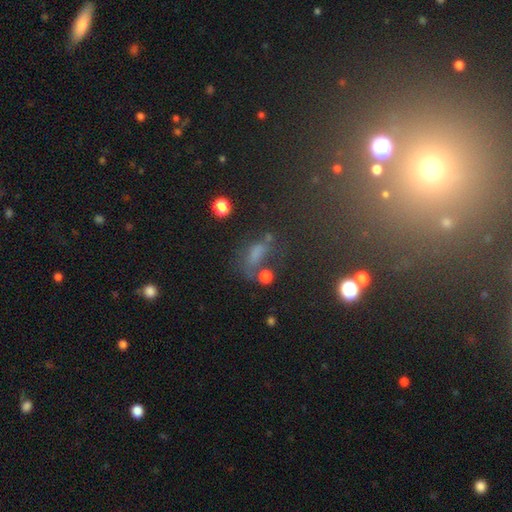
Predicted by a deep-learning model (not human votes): Smooth or featured? Predicted: smooth (p=0.51). How rounded? Predicted: in between (p=0.68). Merging? Predicted: none (p=0.43).